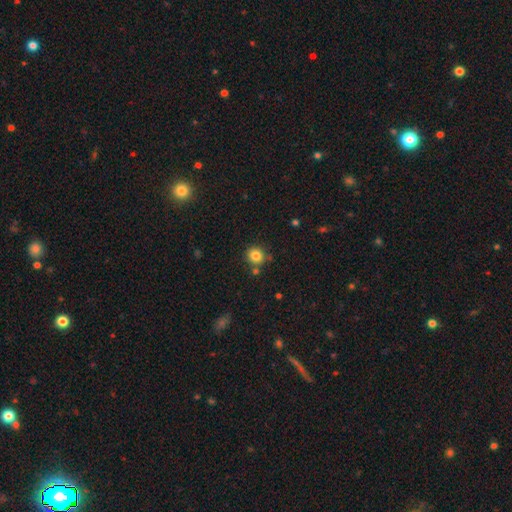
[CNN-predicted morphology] A smooth galaxy with no disk features (83%) that is round (86%). Merging: none (79%).